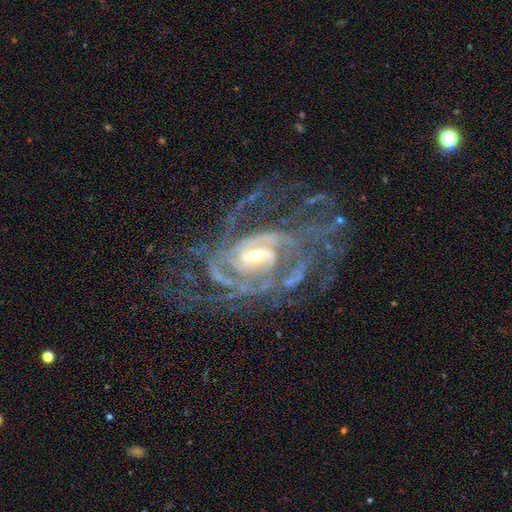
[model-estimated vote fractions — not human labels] This is clearly a featured or disk galaxy (90%). It is clearly not viewed edge-on (97%). Bar: marginally weak (45%). Spiral arm pattern: clearly yes (95%). Spiral arm count: marginally 2 (31%). Spiral winding: marginally medium (43%). Central bulge: possibly small (48%). Merging: marginally none (42%).